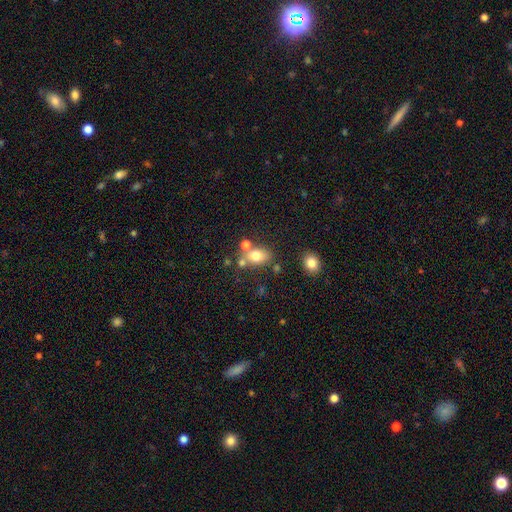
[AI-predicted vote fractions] Morphology: type=smooth (74%); roundness=in between (68%); merging=none (56%).